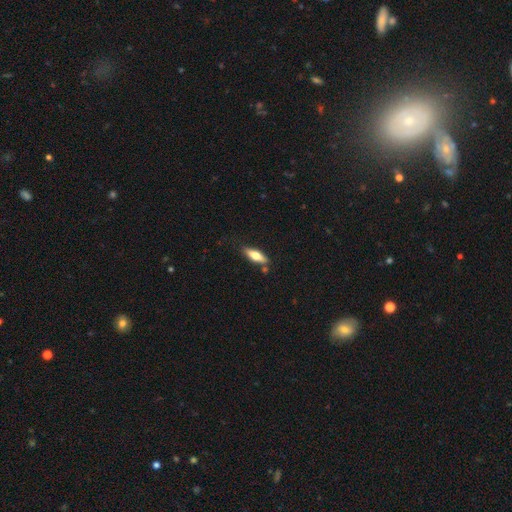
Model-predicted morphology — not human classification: Smooth or featured? Predicted: smooth (p=0.57). How rounded? Predicted: cigar-shaped (p=0.51). Merging? Predicted: none (p=0.77).